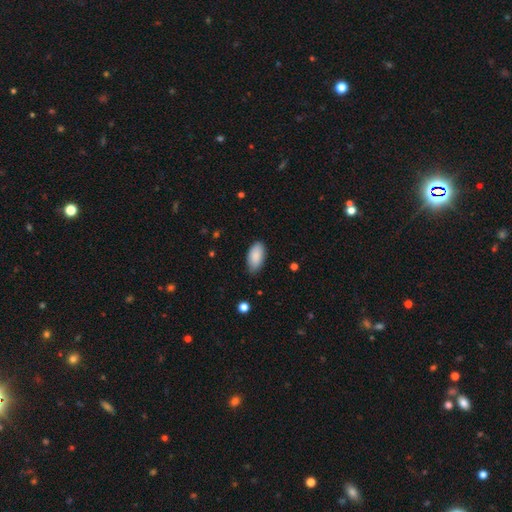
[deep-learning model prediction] Q: Smooth or featured?
A: smooth (88%); runner-up: star or artifact (6%)
Q: How rounded?
A: in between (94%); runner-up: cigar-shaped (3%)
Q: Merging?
A: none (79%); runner-up: minor disturbance (18%)